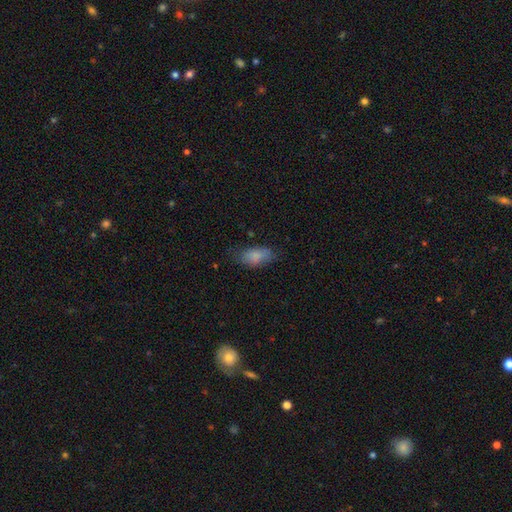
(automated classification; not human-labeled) smooth_or_featured: smooth (p=0.83) [alt: featured or disk p=0.09]
how_rounded: in between (p=0.90) [alt: cigar-shaped p=0.07]
merging: none (p=0.69) [alt: minor disturbance p=0.22]